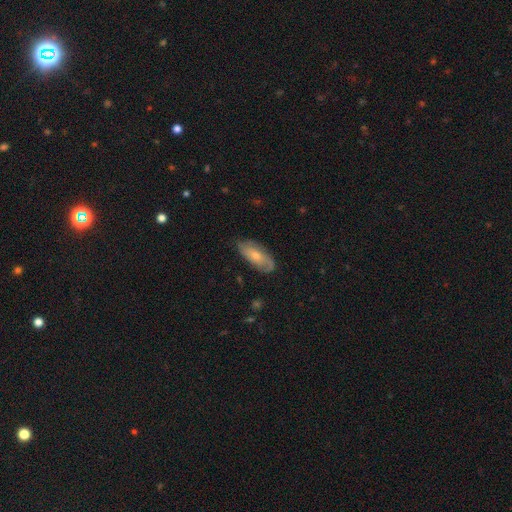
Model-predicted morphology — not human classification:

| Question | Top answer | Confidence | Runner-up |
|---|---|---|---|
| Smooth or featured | smooth | 50% | featured or disk (44%) |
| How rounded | in between | 84% | cigar-shaped (14%) |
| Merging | none | 71% | minor disturbance (22%) |